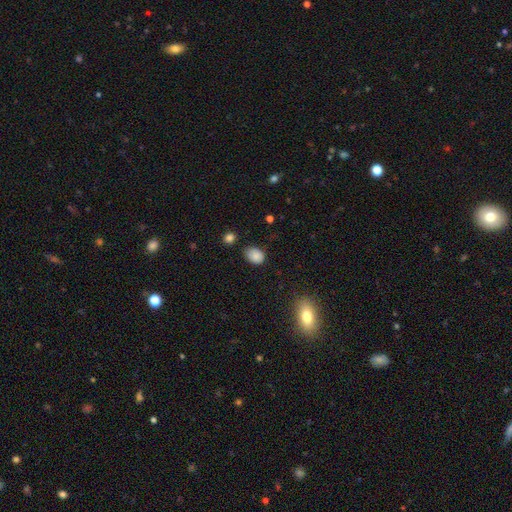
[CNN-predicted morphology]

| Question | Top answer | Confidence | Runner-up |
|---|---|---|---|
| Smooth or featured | smooth | 86% | star or artifact (10%) |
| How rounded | in between | 74% | round (25%) |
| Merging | none | 72% | minor disturbance (22%) |